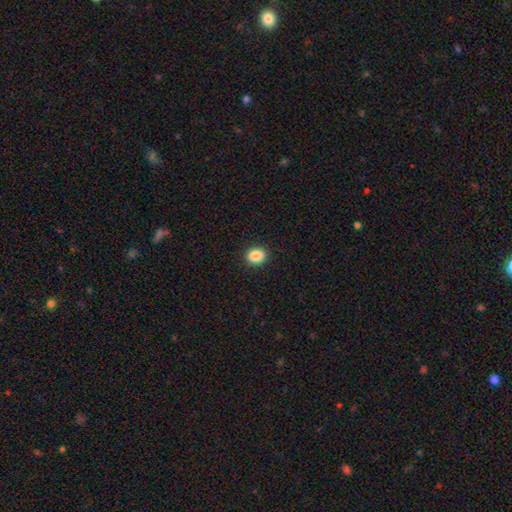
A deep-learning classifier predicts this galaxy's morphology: This is clearly a smooth galaxy (88%). How rounded: possibly round (52%). Merging: clearly none (91%).